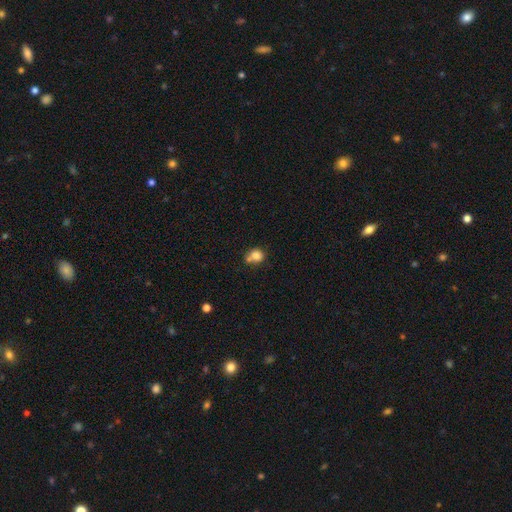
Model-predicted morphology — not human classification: smooth-or-featured: smooth: 81% | star or artifact: 11% | featured or disk: 9%
  how-rounded: round: 70% | in between: 29% | cigar-shaped: 1%
  merging: none: 46% | merger: 30% | minor disturbance: 18% | major disturbance: 6%